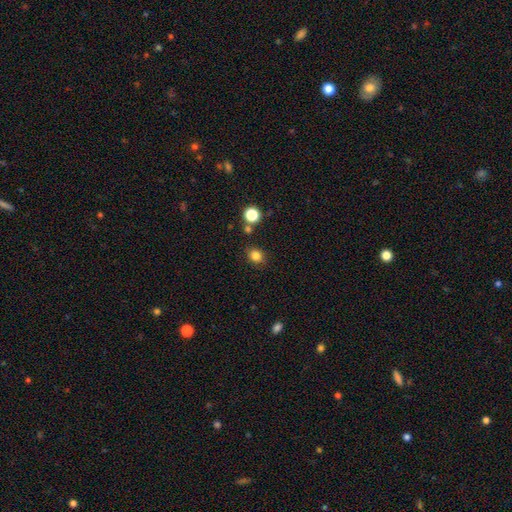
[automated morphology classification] Smooth or featured? Predicted: smooth (p=0.82). How rounded? Predicted: round (p=0.61). Merging? Predicted: none (p=0.84).